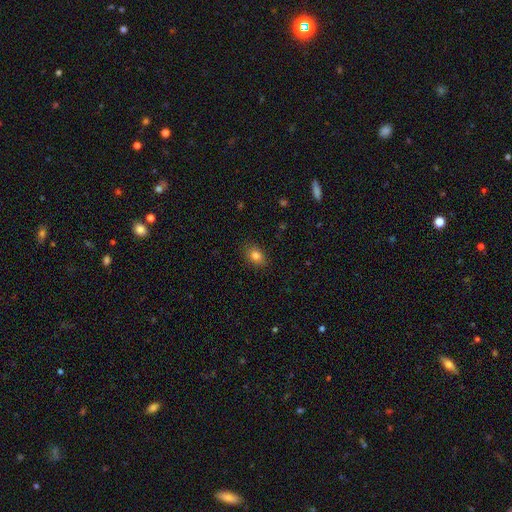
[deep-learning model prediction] smooth 82%, star or artifact 10%, featured or disk 8%. Down the decision tree: how rounded — in between (71%); merging — none (86%).